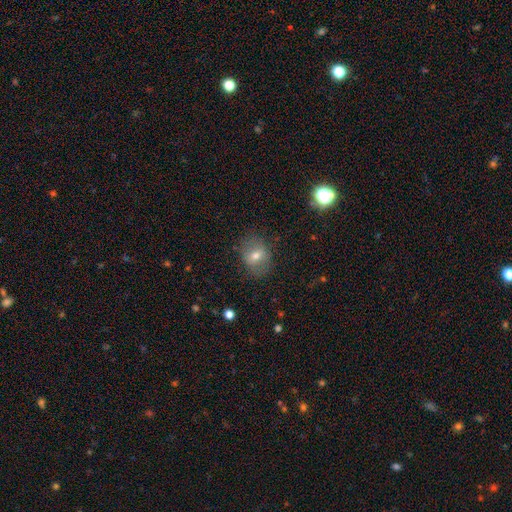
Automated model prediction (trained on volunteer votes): A smooth galaxy with no disk features (63%) that is round (50%).

Vote fractions:
- Smooth or featured? smooth: 63% / featured or disk: 26% / star or artifact: 11%
- How rounded? round: 50% / in between: 48% / cigar-shaped: 1%
- Merging? none: 78% / minor disturbance: 15% / major disturbance: 6% / merger: 1%